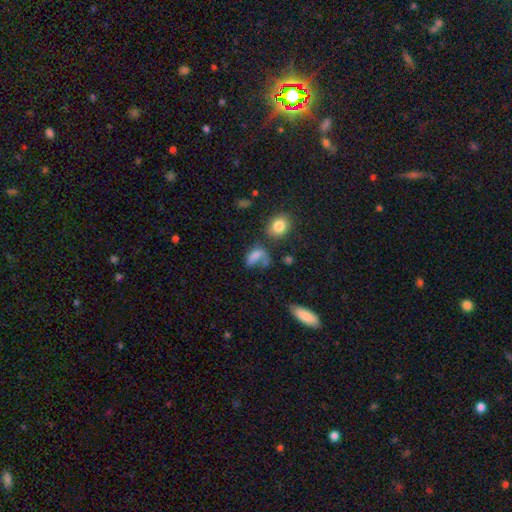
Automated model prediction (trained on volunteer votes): Q: Smooth or featured?
A: smooth (68%); runner-up: featured or disk (18%)
Q: How rounded?
A: in between (76%); runner-up: round (17%)
Q: Merging?
A: none (33%); runner-up: major disturbance (28%)